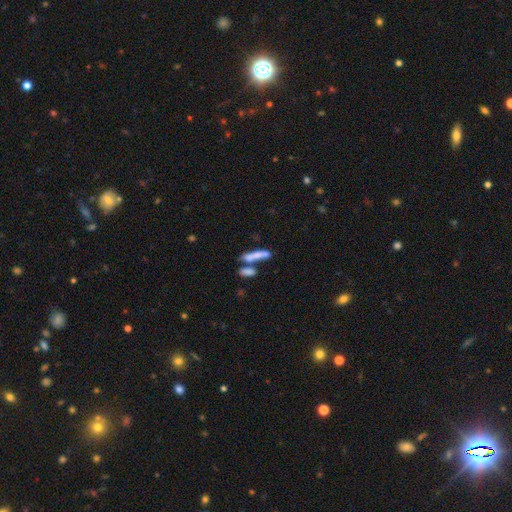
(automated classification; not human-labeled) A smooth galaxy with no disk features (64%) that is cigar-shaped (65%). Merging: merger (49%).